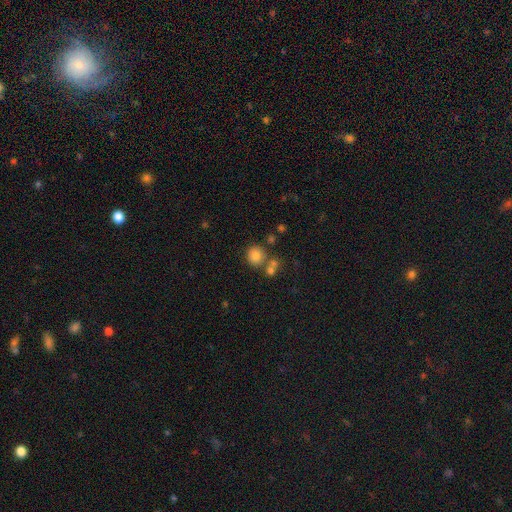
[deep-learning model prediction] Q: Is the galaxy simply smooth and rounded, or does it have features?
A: smooth — 80%.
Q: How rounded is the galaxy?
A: round — 87%.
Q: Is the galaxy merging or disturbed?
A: none — 68%.